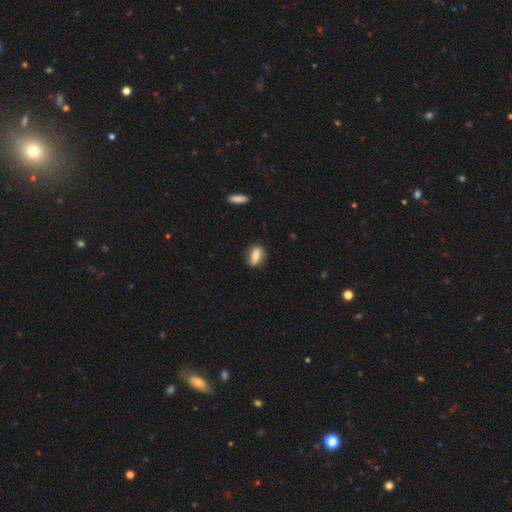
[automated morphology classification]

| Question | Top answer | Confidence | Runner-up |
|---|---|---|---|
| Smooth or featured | smooth | 71% | featured or disk (22%) |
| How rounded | in between | 74% | cigar-shaped (13%) |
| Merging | none | 82% | minor disturbance (13%) |